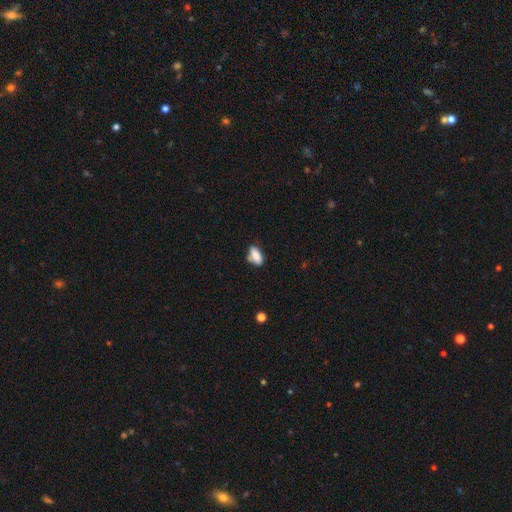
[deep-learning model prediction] Smooth or featured?
  - smooth: 83% *
  - featured or disk: 8%
  - star or artifact: 8%
How rounded?
  - in between: 84% *
  - cigar-shaped: 12%
  - round: 4%
Merging?
  - none: 61% *
  - minor disturbance: 24%
  - merger: 10%
  - major disturbance: 5%